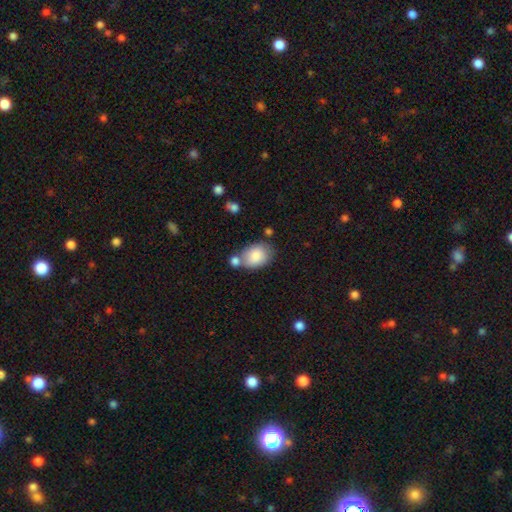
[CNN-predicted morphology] Overall: smooth (83%). How rounded: in between (77%). Merging: none (52%; merger 25%).